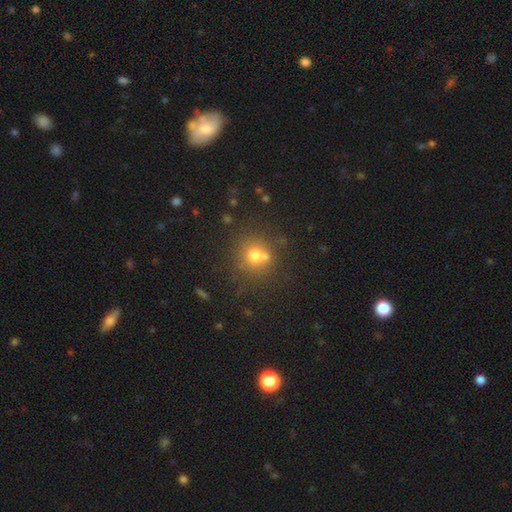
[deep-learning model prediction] A smooth galaxy with no disk features (67%) that is round (87%).

Vote fractions:
- Smooth or featured? smooth: 67% / star or artifact: 18% / featured or disk: 15%
- How rounded? round: 87% / in between: 12% / cigar-shaped: 1%
- Merging? none: 58% / merger: 28% / minor disturbance: 10% / major disturbance: 4%